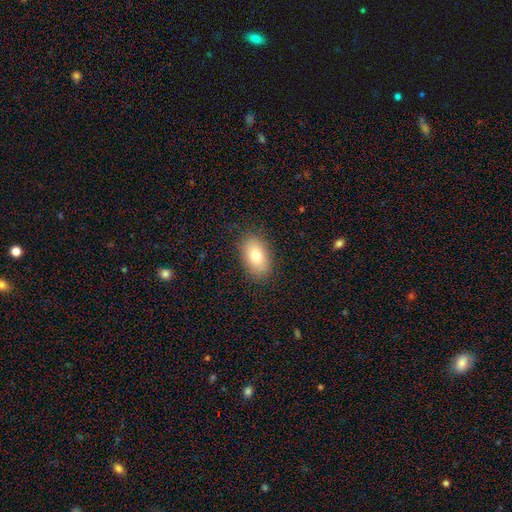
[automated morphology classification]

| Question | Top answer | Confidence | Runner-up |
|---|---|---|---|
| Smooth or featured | smooth | 79% | featured or disk (13%) |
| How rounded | in between | 89% | round (9%) |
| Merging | none | 86% | minor disturbance (10%) |